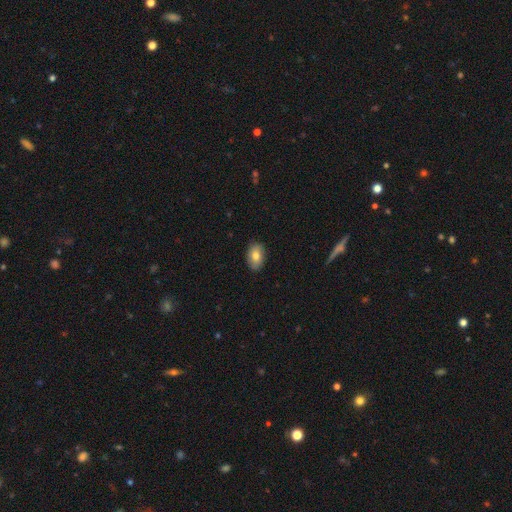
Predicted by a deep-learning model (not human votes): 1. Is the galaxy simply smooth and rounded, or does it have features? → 79% smooth, 14% featured or disk, 7% star or artifact.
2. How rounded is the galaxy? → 88% in between, 11% round, 1% cigar-shaped.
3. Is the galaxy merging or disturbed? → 88% none, 9% minor disturbance, 2% major disturbance, 1% merger.